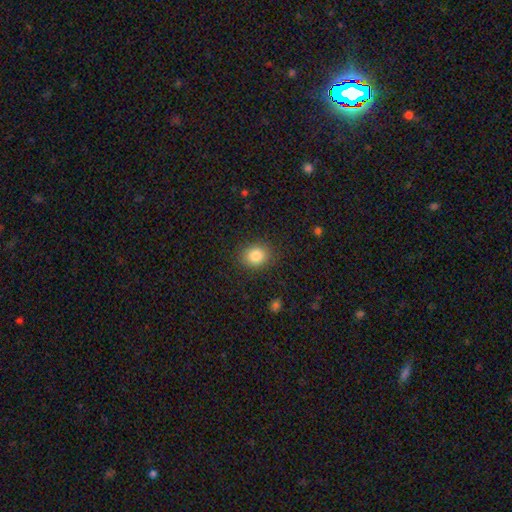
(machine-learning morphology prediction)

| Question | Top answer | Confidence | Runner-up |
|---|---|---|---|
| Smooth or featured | smooth | 85% | star or artifact (10%) |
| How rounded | round | 62% | in between (37%) |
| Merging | none | 87% | minor disturbance (9%) |